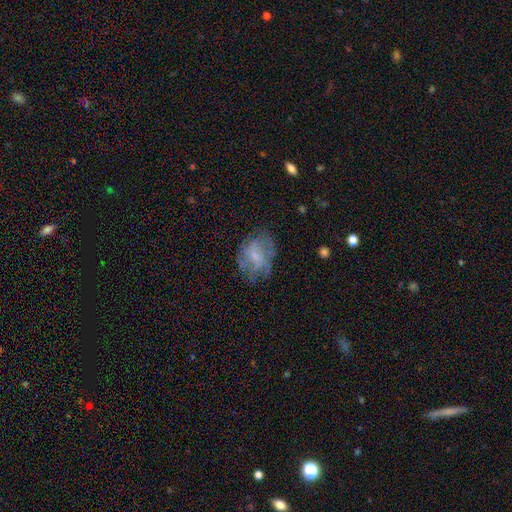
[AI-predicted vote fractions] Q: Smooth or featured?
A: featured or disk (58%); runner-up: smooth (33%)
Q: Edge-on disk?
A: no (97%); runner-up: yes (3%)
Q: Bar?
A: weak (46%); runner-up: no (44%)
Q: Spiral arms?
A: yes (66%); runner-up: no (34%)
Q: Bulge size?
A: small (53%); runner-up: moderate (23%)
Q: Merging?
A: none (60%); runner-up: minor disturbance (23%)